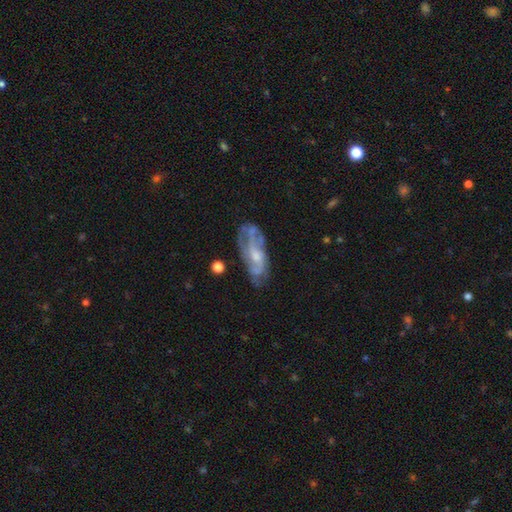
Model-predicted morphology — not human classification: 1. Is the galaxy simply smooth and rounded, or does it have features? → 73% featured or disk, 20% smooth, 7% star or artifact.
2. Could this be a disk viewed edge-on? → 89% no, 11% yes.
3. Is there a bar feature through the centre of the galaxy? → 60% no, 33% weak, 7% strong.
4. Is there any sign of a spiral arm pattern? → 80% yes, 20% no.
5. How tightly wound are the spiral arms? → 44% medium, 32% tight, 24% loose.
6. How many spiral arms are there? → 39% can't tell, 29% 2, 18% 3, 7% 4, 4% 1, 3% more than 4.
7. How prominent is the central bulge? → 45% small, 41% moderate, 10% none, 3% large, 1% dominant.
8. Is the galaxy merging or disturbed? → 60% none, 24% minor disturbance, 13% major disturbance, 4% merger.